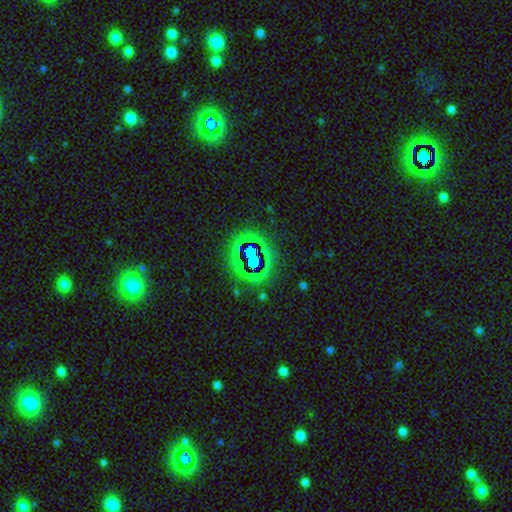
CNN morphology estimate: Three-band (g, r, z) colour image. It shows a star or artifact, not a galaxy (70%).